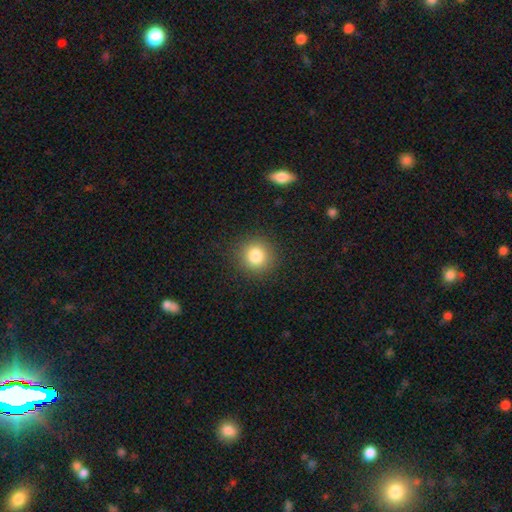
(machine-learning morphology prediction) Smooth or featured?
  - smooth: 83% *
  - star or artifact: 11%
  - featured or disk: 6%
How rounded?
  - round: 92% *
  - in between: 7%
  - cigar-shaped: 1%
Merging?
  - none: 90% *
  - minor disturbance: 7%
  - major disturbance: 2%
  - merger: 1%